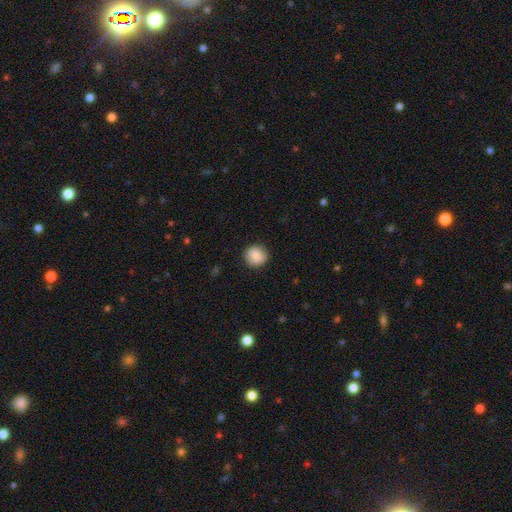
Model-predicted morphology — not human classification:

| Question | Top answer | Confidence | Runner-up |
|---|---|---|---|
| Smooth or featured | smooth | 84% | featured or disk (8%) |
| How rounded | round | 92% | in between (7%) |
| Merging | none | 88% | minor disturbance (9%) |